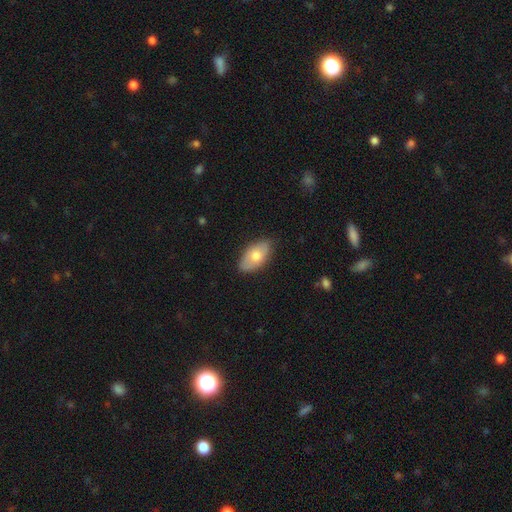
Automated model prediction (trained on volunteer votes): This is likely a smooth galaxy (71%). How rounded: clearly in between (94%). Merging: likely none (80%).